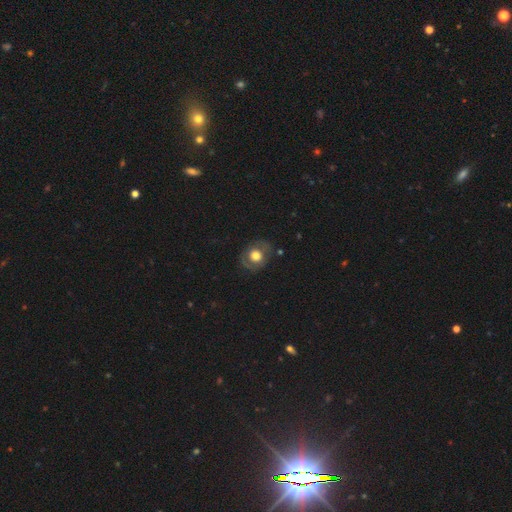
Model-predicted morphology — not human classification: A smooth galaxy with no disk features (56%) that is round (69%). Merging: none (76%).